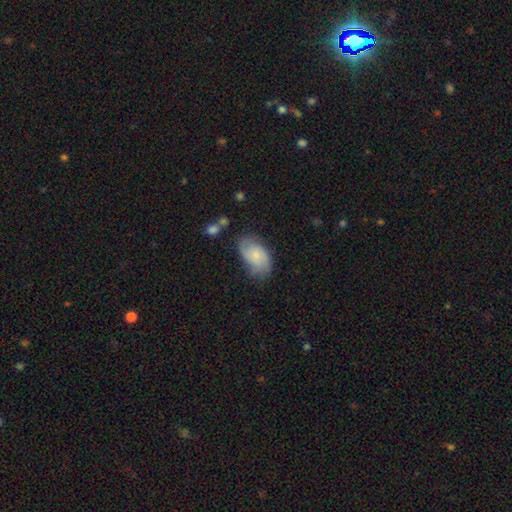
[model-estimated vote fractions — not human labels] Q: Smooth or featured?
A: smooth (55%); runner-up: featured or disk (38%)
Q: How rounded?
A: in between (92%); runner-up: round (6%)
Q: Merging?
A: none (61%); runner-up: minor disturbance (28%)